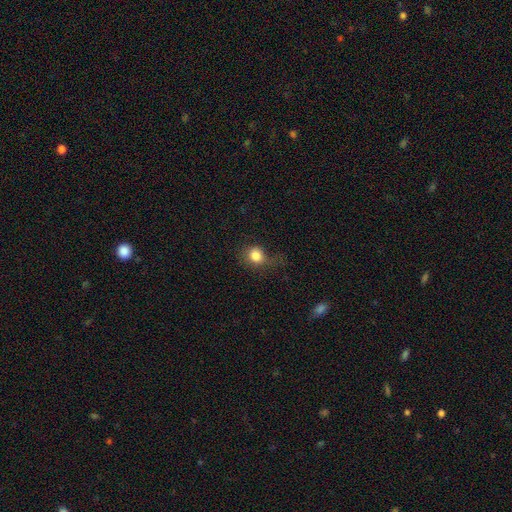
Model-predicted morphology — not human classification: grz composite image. It shows a smooth galaxy with no disk features (81%) that is round (76%). Merging: none (54%).